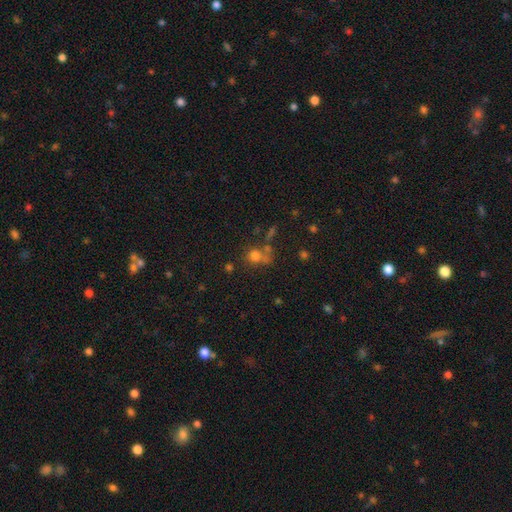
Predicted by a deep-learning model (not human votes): Smooth or featured?
  - smooth: 68% *
  - star or artifact: 20%
  - featured or disk: 11%
How rounded?
  - round: 82% *
  - in between: 16%
  - cigar-shaped: 1%
Merging?
  - none: 52% *
  - merger: 28%
  - minor disturbance: 12%
  - major disturbance: 8%